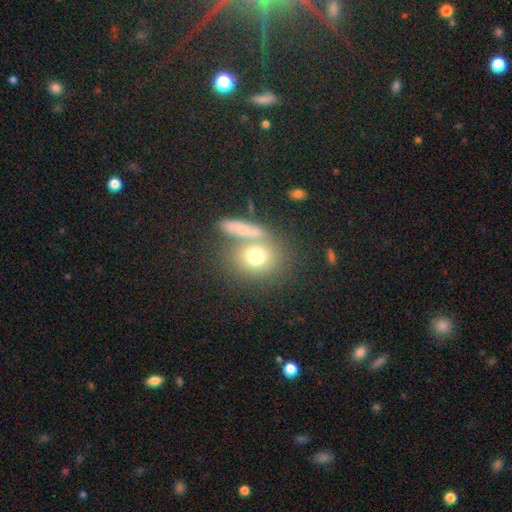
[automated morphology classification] type=smooth (70%); roundness=round (68%); merging=none (54%).